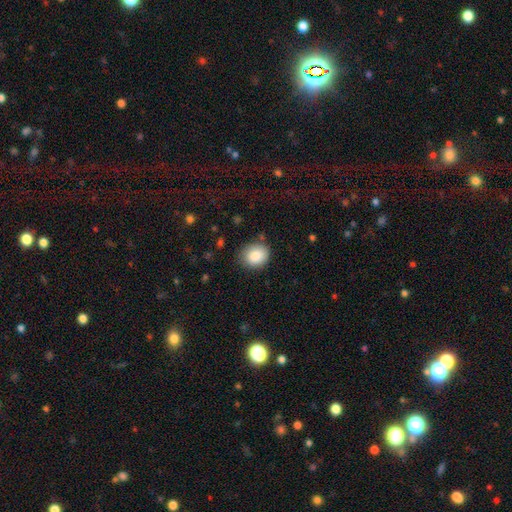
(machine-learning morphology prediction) Smooth or featured: smooth — 86% (star or artifact — 8%)
How rounded: round — 71% (in between — 28%)
Merging: none — 82% (minor disturbance — 13%)